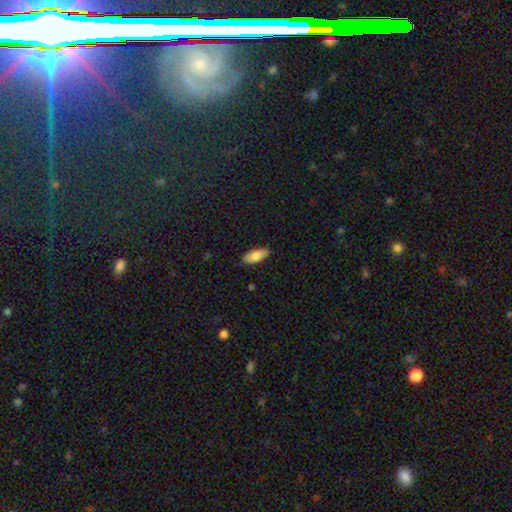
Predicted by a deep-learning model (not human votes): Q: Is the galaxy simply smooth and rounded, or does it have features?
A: smooth — 79%.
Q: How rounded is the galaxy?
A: in between — 83%.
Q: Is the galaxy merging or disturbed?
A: none — 85%.